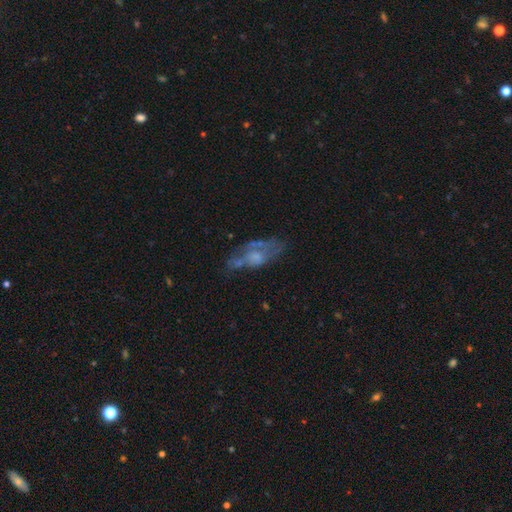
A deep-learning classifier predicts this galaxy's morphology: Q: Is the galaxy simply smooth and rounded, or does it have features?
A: featured or disk — 54%.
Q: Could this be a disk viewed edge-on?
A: no — 88%.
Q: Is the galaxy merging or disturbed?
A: none — 39%.